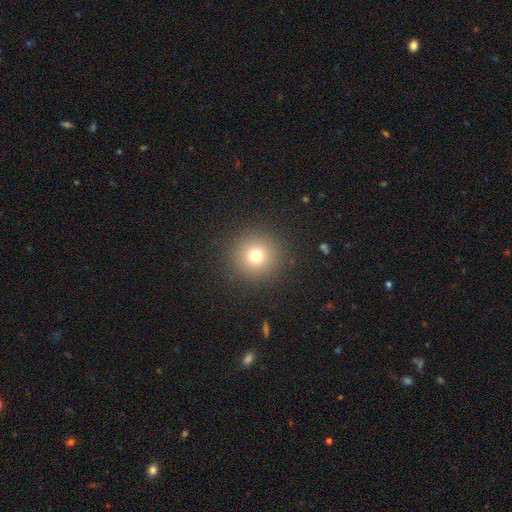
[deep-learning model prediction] smooth 74%, star or artifact 16%, featured or disk 10%. Down the decision tree: how rounded — round (95%); merging — none (91%).